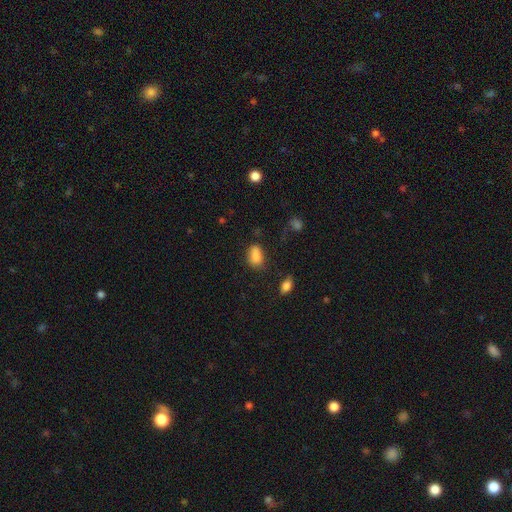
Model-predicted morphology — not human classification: The model was most divided on "merging": none: 67%, minor disturbance: 22%, major disturbance: 7%, merger: 3%. More confident: how rounded — in between (87%); smooth or featured — smooth (85%).